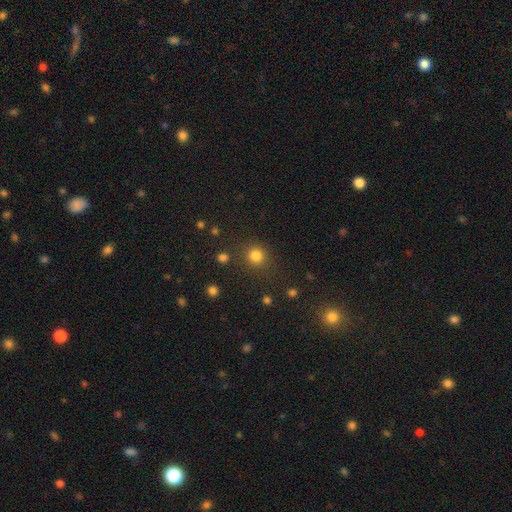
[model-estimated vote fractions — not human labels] Morphology: type=smooth (82%); roundness=round (87%); merging=none (82%).